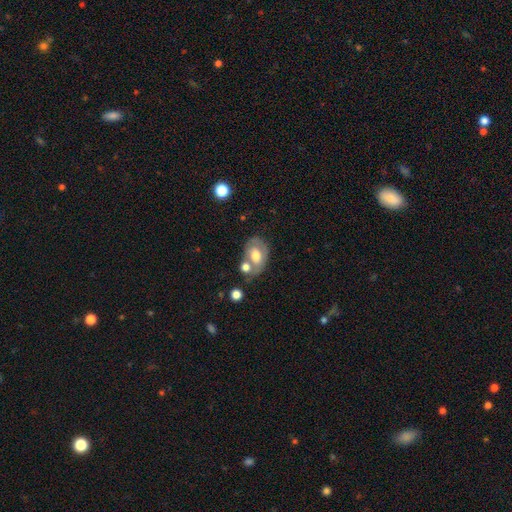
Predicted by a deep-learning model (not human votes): Morphology: type=smooth (48%); merging=none (42%).